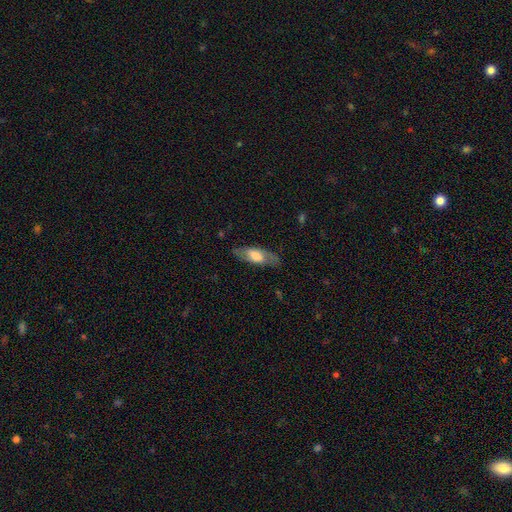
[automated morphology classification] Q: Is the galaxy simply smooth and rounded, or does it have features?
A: featured or disk — 47%, tied with smooth.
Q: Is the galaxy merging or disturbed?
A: none — 79%.